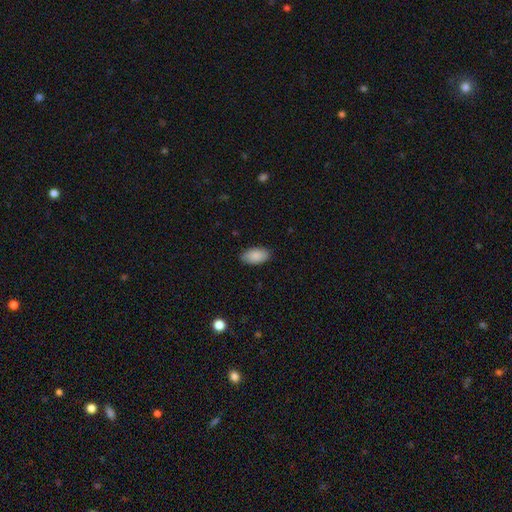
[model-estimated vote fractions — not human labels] Morphology: type=smooth (89%); roundness=in between (95%); merging=none (87%).